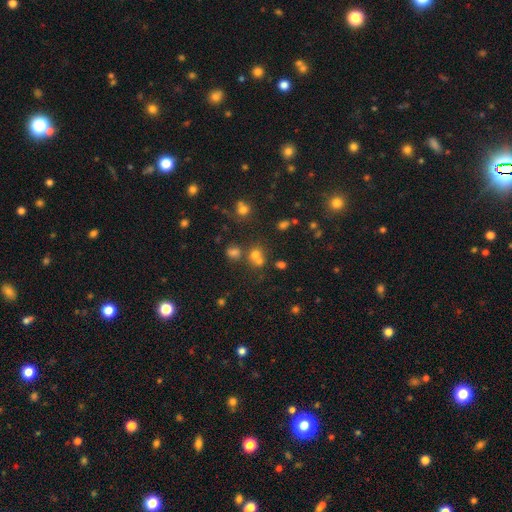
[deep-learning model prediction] Q: Smooth or featured?
A: smooth (53%); runner-up: star or artifact (36%)
Q: How rounded?
A: round (82%); runner-up: in between (16%)
Q: Merging?
A: none (58%); runner-up: merger (30%)